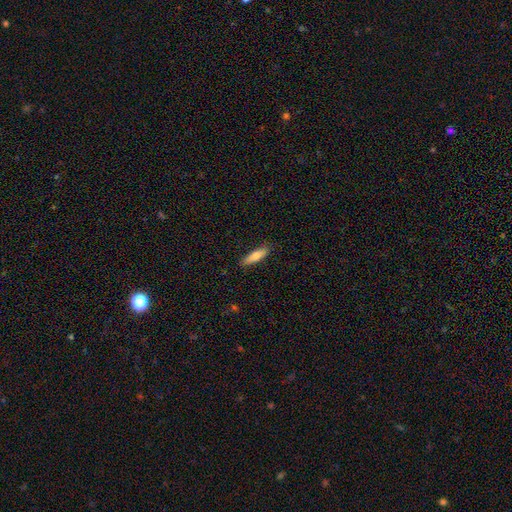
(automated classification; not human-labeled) smooth-or-featured: smooth: 75% | featured or disk: 19% | star or artifact: 6%
  how-rounded: cigar-shaped: 64% | in between: 35% | round: 2%
  merging: none: 87% | minor disturbance: 10% | major disturbance: 2% | merger: 1%